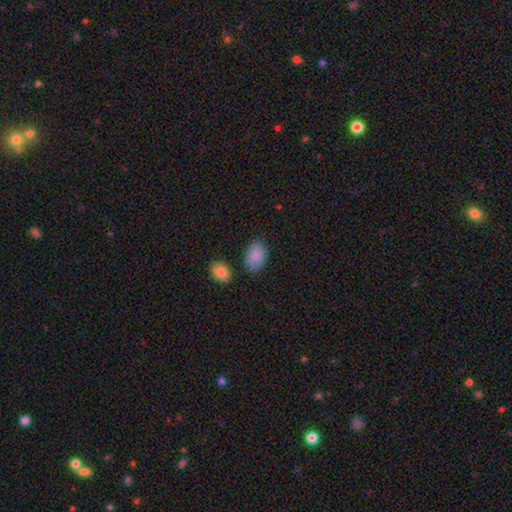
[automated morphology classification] Overall: smooth (88%). How rounded: in between (88%). Merging: none (75%).